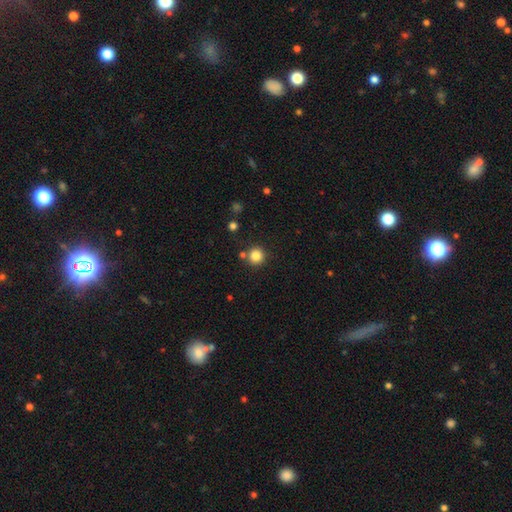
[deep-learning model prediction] smooth_or_featured: smooth (p=0.83) [alt: star or artifact p=0.12]
how_rounded: round (p=0.95) [alt: in between p=0.04]
merging: none (p=0.82) [alt: merger p=0.08]